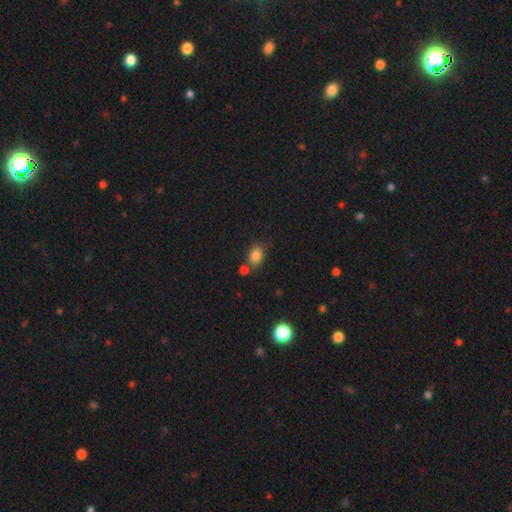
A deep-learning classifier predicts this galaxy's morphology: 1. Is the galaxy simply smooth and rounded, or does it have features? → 83% smooth, 10% star or artifact, 6% featured or disk.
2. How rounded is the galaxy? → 66% in between, 32% round, 1% cigar-shaped.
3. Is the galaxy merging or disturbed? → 60% none, 21% merger, 14% minor disturbance, 4% major disturbance.